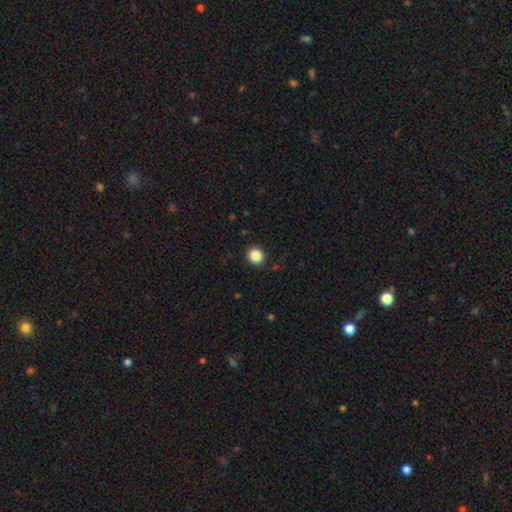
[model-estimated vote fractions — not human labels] This appears to be a smooth galaxy with no disk features (87%) that is round (88%). Merging: none (91%).